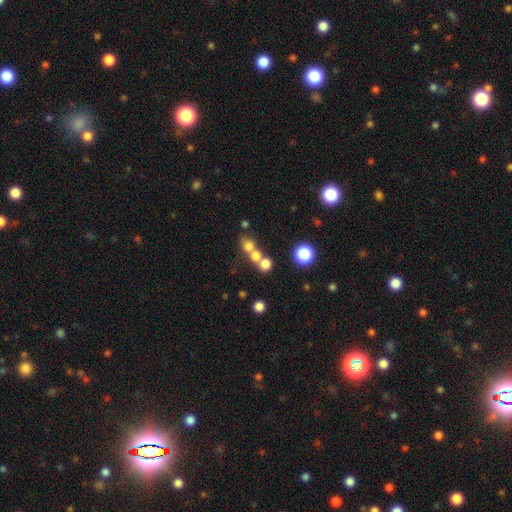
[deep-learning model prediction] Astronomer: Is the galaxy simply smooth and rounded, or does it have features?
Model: smooth — 69%.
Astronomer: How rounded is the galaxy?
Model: round — 79%.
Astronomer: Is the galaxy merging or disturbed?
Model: merger — 54% (runner-up: none, 36%).